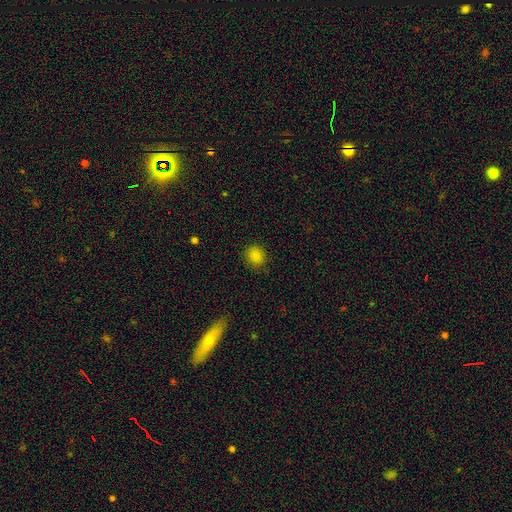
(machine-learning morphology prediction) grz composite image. It shows a smooth galaxy with no disk features (84%) that is round (79%). Merging: none (88%).